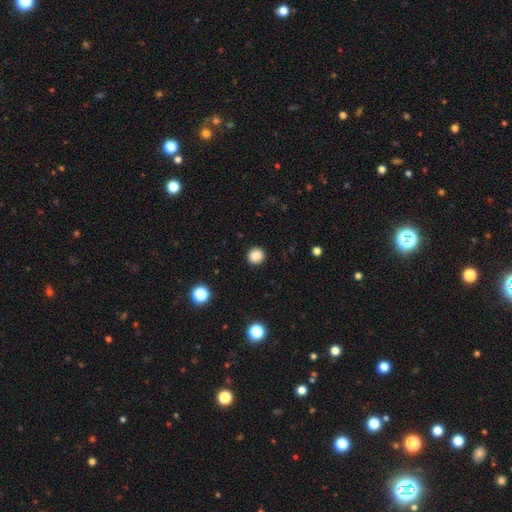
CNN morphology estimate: Smooth or featured: smooth — 86% (star or artifact — 11%)
How rounded: round — 94% (in between — 5%)
Merging: none — 93% (minor disturbance — 4%)